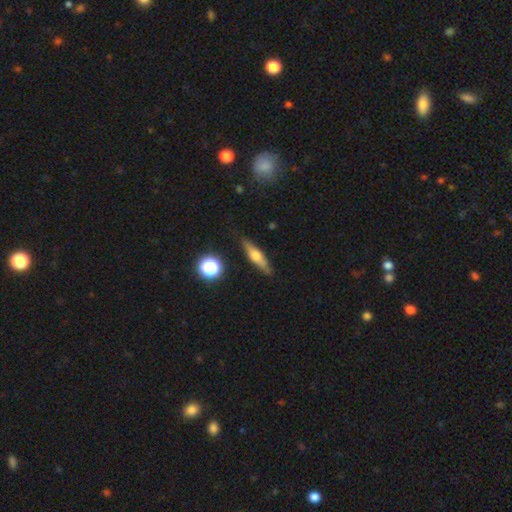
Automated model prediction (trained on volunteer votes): Smooth or featured? Predicted: smooth (p=0.46, tied with featured or disk). Merging? Predicted: none (p=0.81).